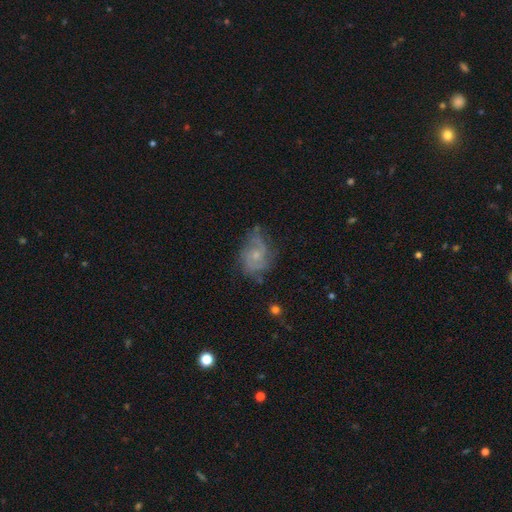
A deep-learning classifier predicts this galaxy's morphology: Overall: featured or disk (70%). Edge-on disk: no (97%). Bar: no (74%). Spiral arms: yes (86%). Spiral arm count: 2 (46%; can't tell 26%). Spiral winding: medium (45%; tight 33%). Bulge size: small (67%). Merging: none (58%; minor disturbance 27%).